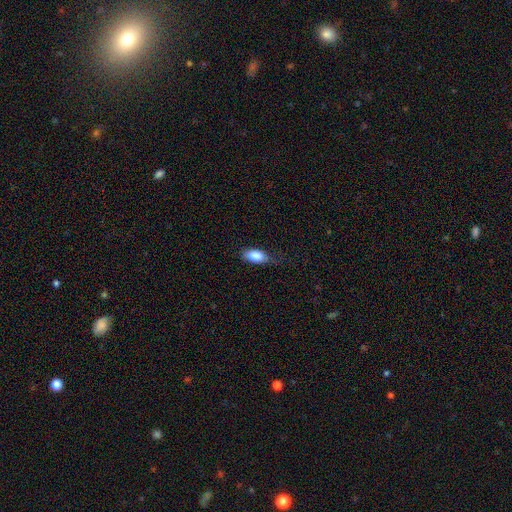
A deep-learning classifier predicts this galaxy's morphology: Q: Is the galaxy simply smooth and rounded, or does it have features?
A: smooth — 85%.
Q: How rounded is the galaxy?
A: in between — 88%.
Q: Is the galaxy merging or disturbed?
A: none — 57%.